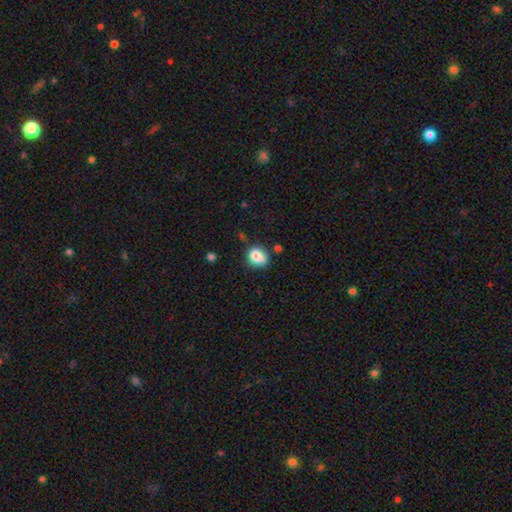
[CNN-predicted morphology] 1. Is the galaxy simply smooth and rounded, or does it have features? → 79% smooth, 10% featured or disk, 10% star or artifact.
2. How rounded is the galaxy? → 57% round, 42% in between, 1% cigar-shaped.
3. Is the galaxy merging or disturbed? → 58% none, 24% minor disturbance, 11% merger, 7% major disturbance.